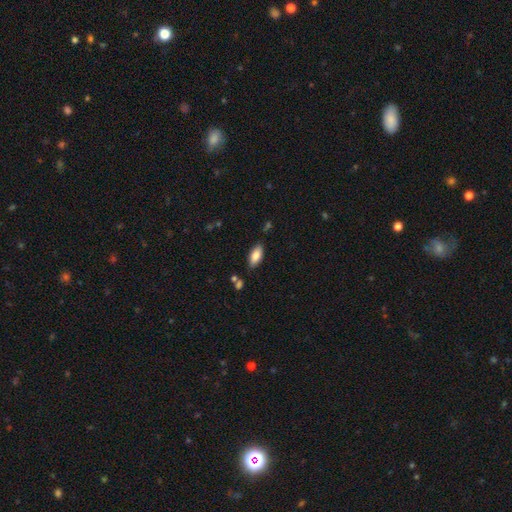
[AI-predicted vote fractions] A smooth galaxy with no disk features (84%) that is in between round and cigar-shaped (88%).

Vote fractions:
- Smooth or featured? smooth: 84% / featured or disk: 9% / star or artifact: 7%
- How rounded? in between: 88% / cigar-shaped: 10% / round: 2%
- Merging? none: 82% / minor disturbance: 13% / merger: 3% / major disturbance: 3%